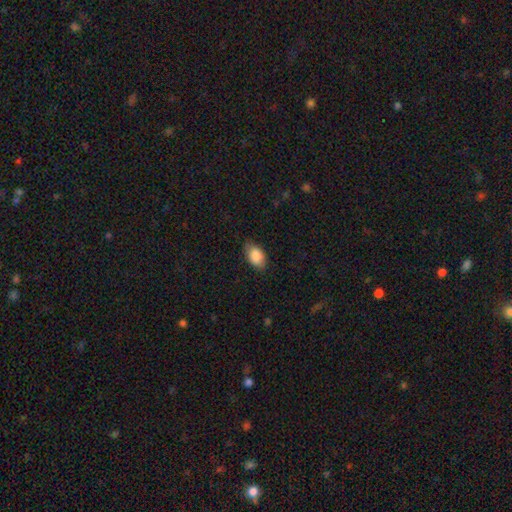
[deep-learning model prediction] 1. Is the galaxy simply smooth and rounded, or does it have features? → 86% smooth, 7% featured or disk, 7% star or artifact.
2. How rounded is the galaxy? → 91% in between, 7% round, 2% cigar-shaped.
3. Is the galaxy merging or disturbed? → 78% none, 17% minor disturbance, 3% major disturbance, 1% merger.